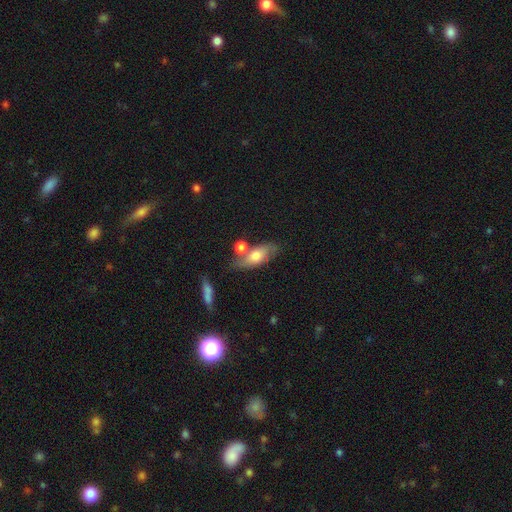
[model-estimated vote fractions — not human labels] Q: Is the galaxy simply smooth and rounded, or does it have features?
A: smooth — 63%.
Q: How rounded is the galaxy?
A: in between — 77%.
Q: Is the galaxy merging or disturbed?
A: none — 56%.